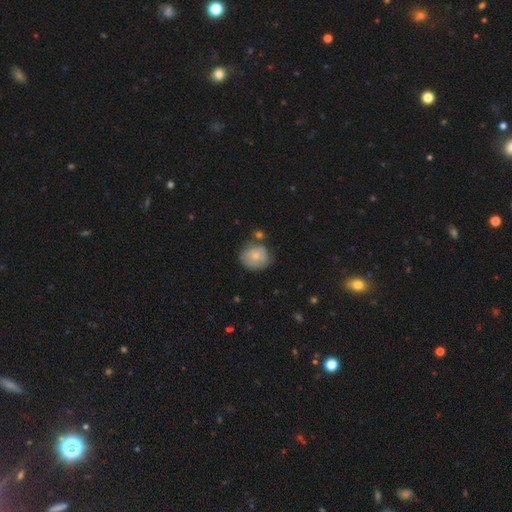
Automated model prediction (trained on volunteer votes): This appears to be a smooth galaxy with no disk features (70%) that is round (77%). Merging: none (61%).